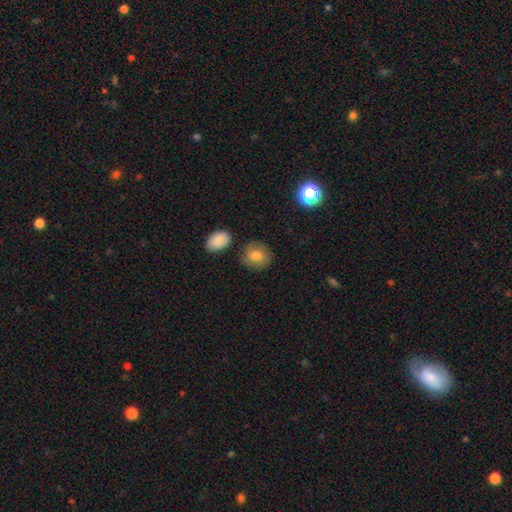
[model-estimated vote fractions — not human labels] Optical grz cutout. It shows a smooth galaxy with no disk features (79%) that is round (75%). Merging: none (79%).